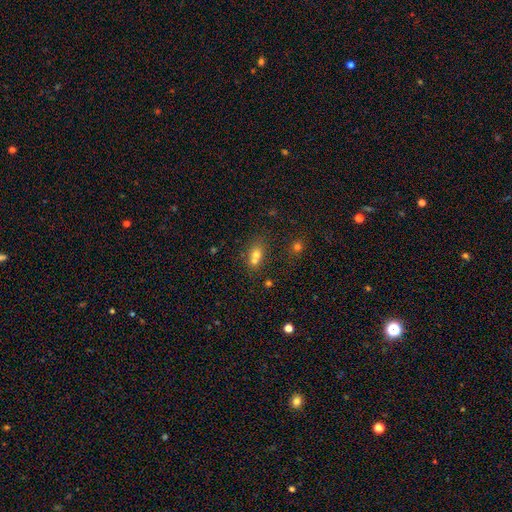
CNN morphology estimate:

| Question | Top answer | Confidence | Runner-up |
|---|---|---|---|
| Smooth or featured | smooth | 65% | star or artifact (19%) |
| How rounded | round | 50% | in between (47%) |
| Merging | merger | 52% | none (35%) |